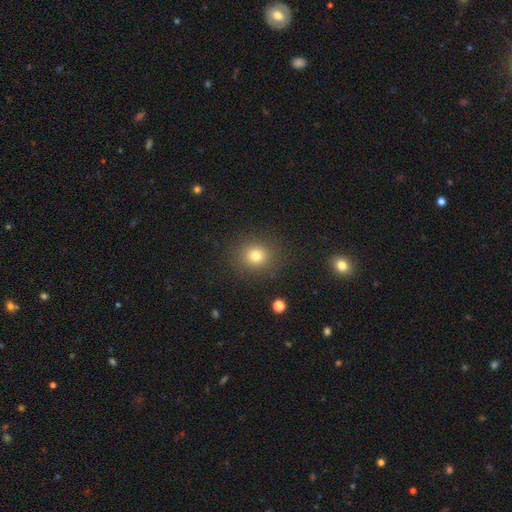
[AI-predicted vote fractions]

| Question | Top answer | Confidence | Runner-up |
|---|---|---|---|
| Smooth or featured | smooth | 76% | star or artifact (15%) |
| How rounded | round | 84% | in between (15%) |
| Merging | none | 87% | minor disturbance (8%) |